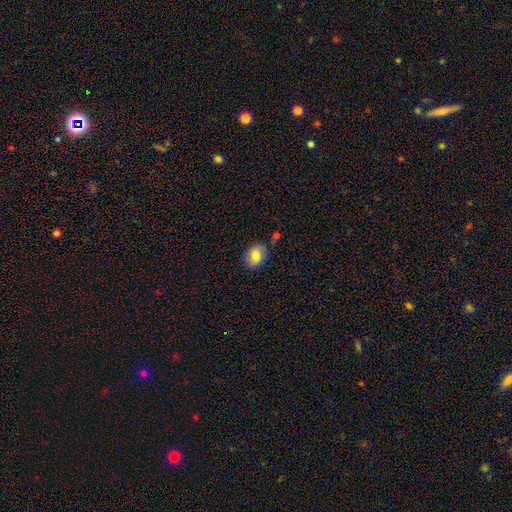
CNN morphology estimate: Overall: smooth (79%). How rounded: in between (71%). Merging: none (78%).